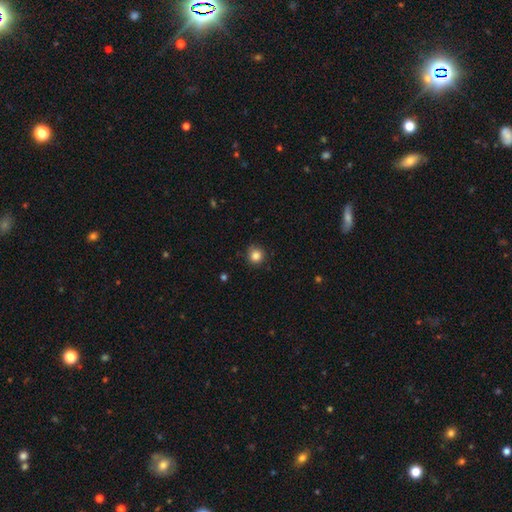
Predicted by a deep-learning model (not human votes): smooth 84%, star or artifact 11%, featured or disk 4%. Down the decision tree: how rounded — round (93%); merging — none (85%).